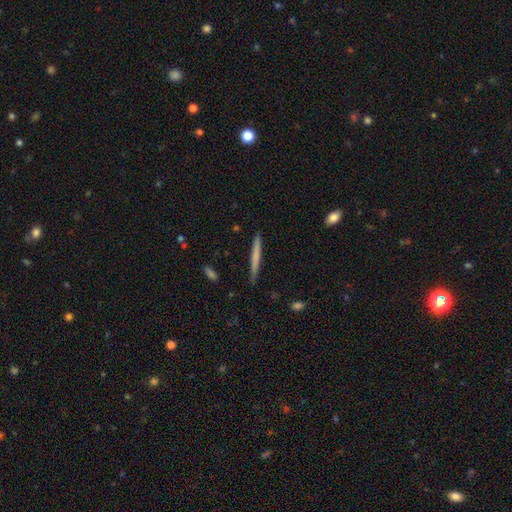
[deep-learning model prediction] This appears to be a smooth galaxy with no disk features (62%) that is cigar-shaped (97%). Merging: none (89%).